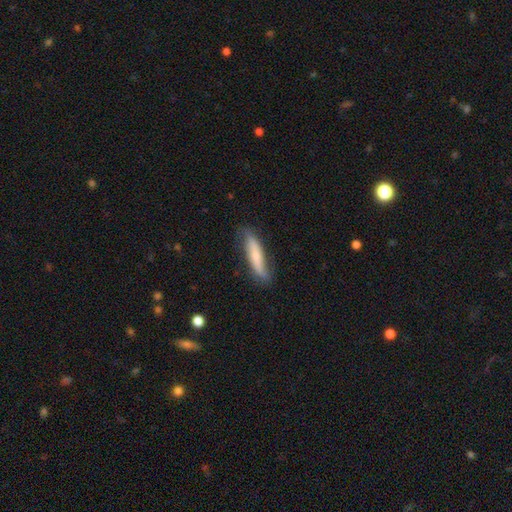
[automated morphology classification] This is possibly a smooth galaxy (56%). How rounded: clearly cigar-shaped (81%). Merging: likely none (71%).